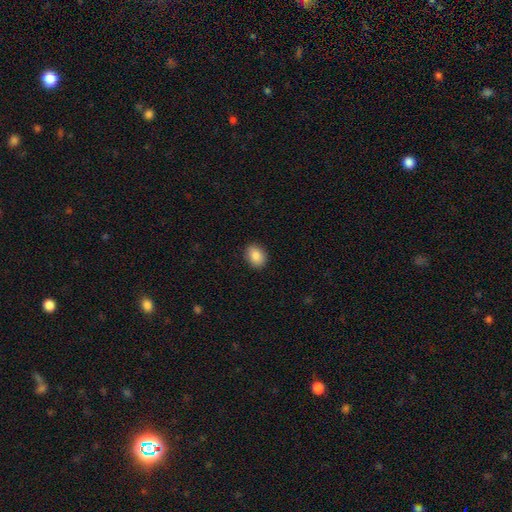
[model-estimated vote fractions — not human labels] Overall: smooth (87%). How rounded: in between (63%; round 36%). Merging: none (90%).